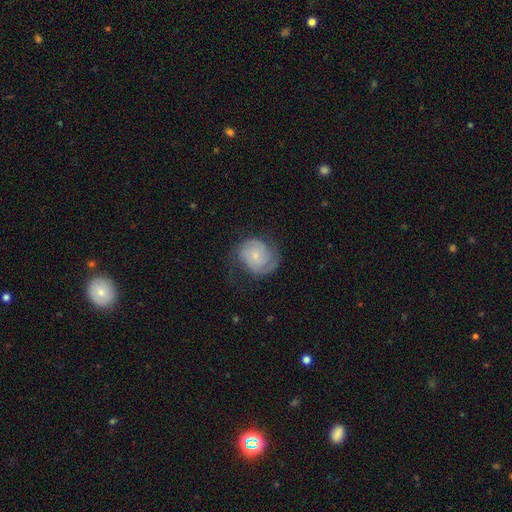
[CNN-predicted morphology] Q: Smooth or featured?
A: featured or disk (67%); runner-up: smooth (26%)
Q: Edge-on disk?
A: no (98%); runner-up: yes (2%)
Q: Bar?
A: no (75%); runner-up: weak (22%)
Q: Spiral arms?
A: yes (91%); runner-up: no (9%)
Q: Spiral winding?
A: tight (48%); runner-up: medium (36%)
Q: Spiral arm count?
A: 2 (56%); runner-up: can't tell (21%)
Q: Bulge size?
A: small (72%); runner-up: moderate (18%)
Q: Merging?
A: none (57%); runner-up: minor disturbance (24%)